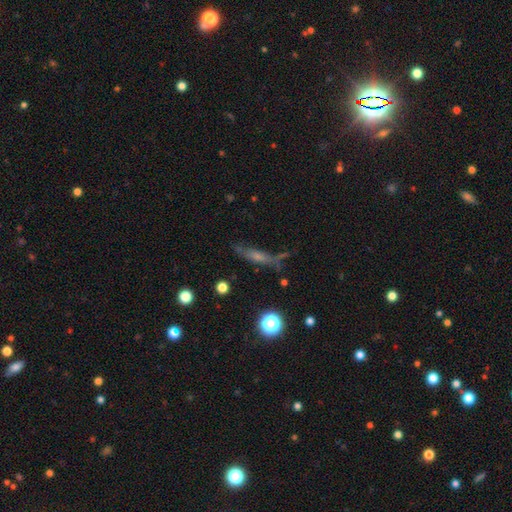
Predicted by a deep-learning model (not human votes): Overall: featured or disk (45%; smooth 35%). Merging: none (63%).